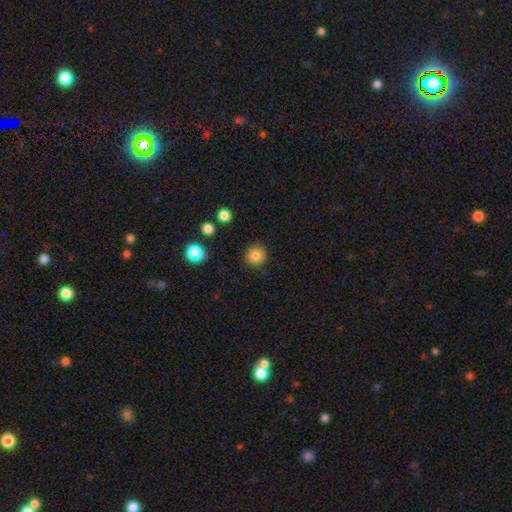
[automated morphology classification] Smooth or featured? Predicted: smooth (p=0.83). How rounded? Predicted: round (p=0.93). Merging? Predicted: none (p=0.90).